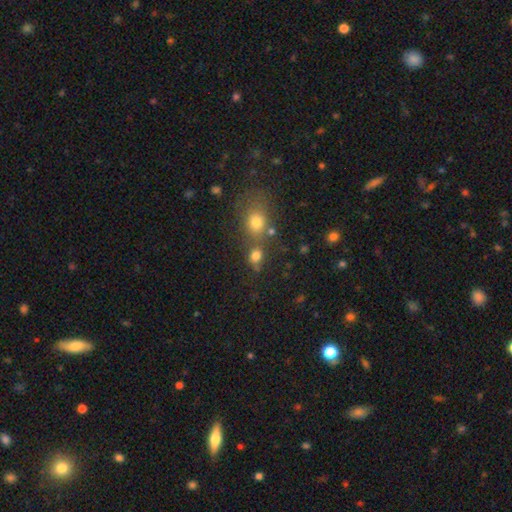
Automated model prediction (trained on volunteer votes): Smooth or featured? smooth (77%)
How rounded? round (66%)
Merging? none (55%)